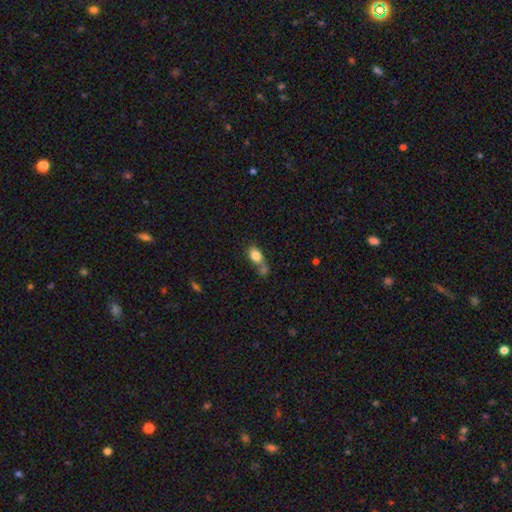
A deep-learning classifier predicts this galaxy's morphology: smooth_or_featured: smooth (p=0.82) [alt: featured or disk p=0.10]
how_rounded: in between (p=0.77) [alt: round p=0.21]
merging: merger (p=0.39) [tied with: none p=0.39]